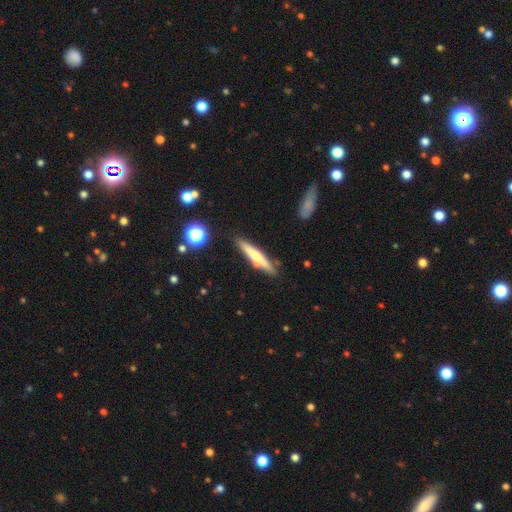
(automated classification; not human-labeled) Smooth or featured? Predicted: smooth (p=0.52). How rounded? Predicted: cigar-shaped (p=0.91). Merging? Predicted: none (p=0.77).